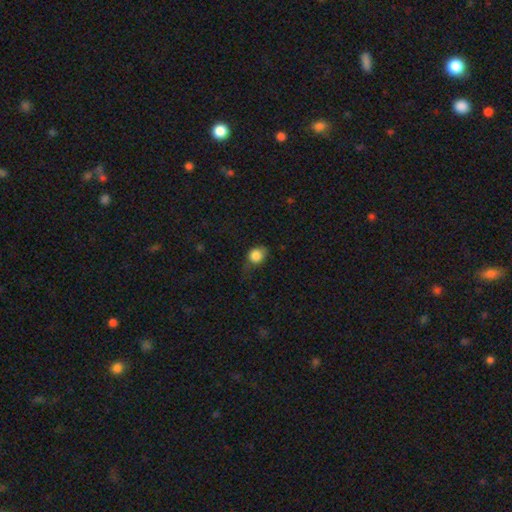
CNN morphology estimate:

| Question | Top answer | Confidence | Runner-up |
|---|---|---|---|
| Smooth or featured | smooth | 85% | star or artifact (9%) |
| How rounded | round | 67% | in between (32%) |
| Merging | none | 50% | minor disturbance (34%) |